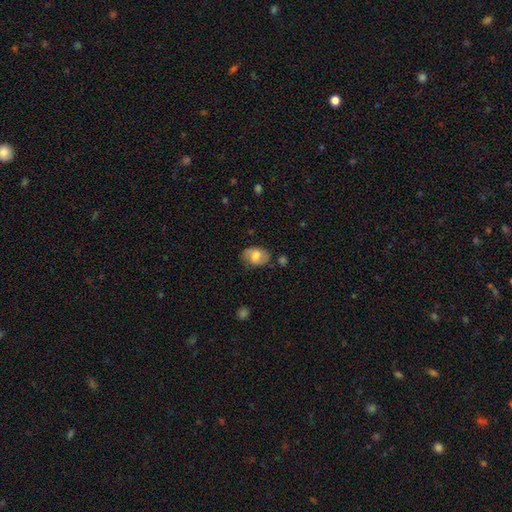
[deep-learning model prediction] Smooth or featured?
  - smooth: 56% *
  - featured or disk: 37%
  - star or artifact: 8%
How rounded?
  - in between: 74% *
  - round: 24%
  - cigar-shaped: 1%
Merging?
  - none: 68% *
  - minor disturbance: 23%
  - major disturbance: 7%
  - merger: 3%